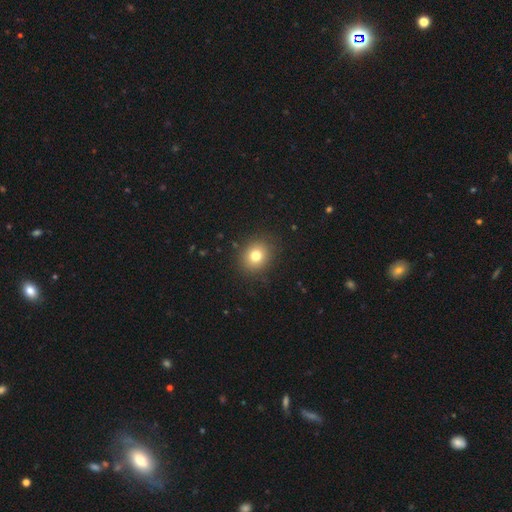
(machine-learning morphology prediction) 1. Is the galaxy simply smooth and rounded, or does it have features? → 77% smooth, 13% star or artifact, 10% featured or disk.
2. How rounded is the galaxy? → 71% round, 28% in between, 1% cigar-shaped.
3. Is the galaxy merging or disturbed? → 88% none, 8% minor disturbance, 3% major disturbance, 1% merger.